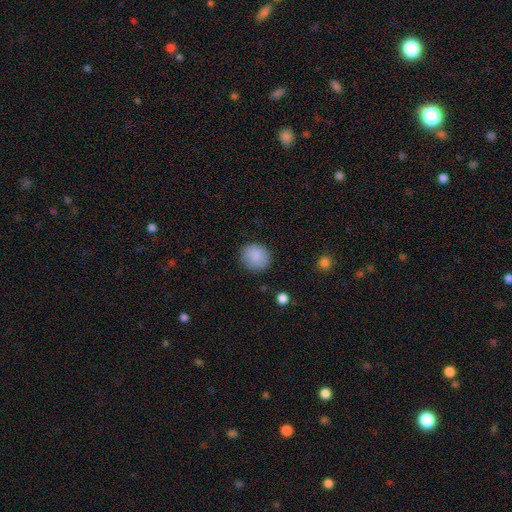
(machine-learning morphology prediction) This appears to be a smooth galaxy with no disk features (87%) that is round (79%). Merging: none (85%).